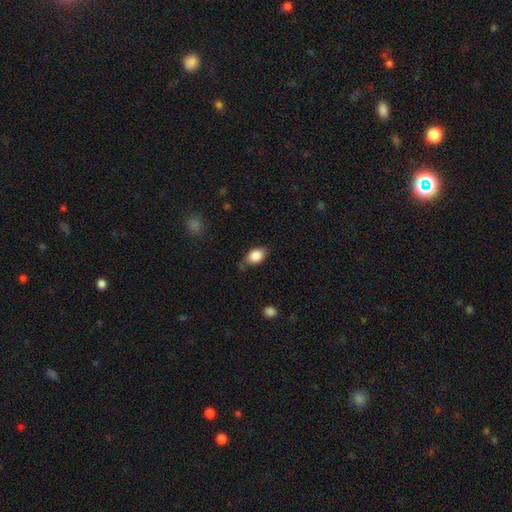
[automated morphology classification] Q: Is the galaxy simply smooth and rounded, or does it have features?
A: smooth — 85%.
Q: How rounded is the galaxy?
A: in between — 86%.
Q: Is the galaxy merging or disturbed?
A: none — 73%.